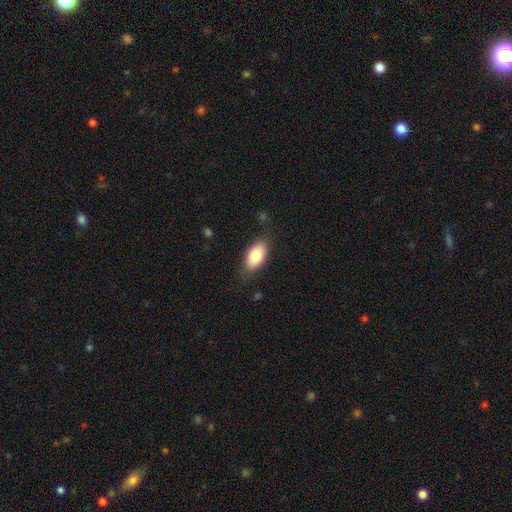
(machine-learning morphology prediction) Smooth or featured: smooth — 82% (featured or disk — 11%)
How rounded: in between — 92% (cigar-shaped — 4%)
Merging: none — 80% (minor disturbance — 15%)